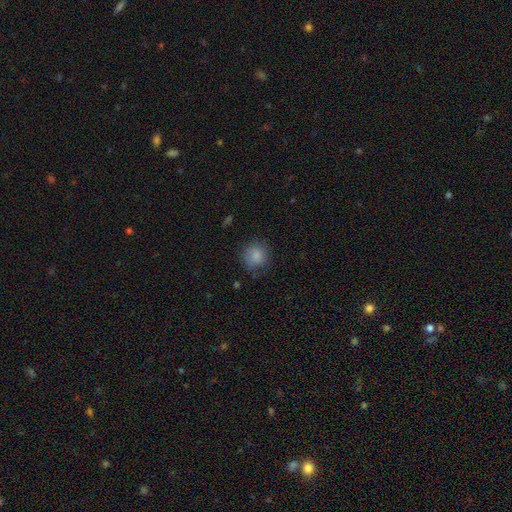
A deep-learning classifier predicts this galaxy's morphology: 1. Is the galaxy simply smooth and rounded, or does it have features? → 83% smooth, 9% star or artifact, 8% featured or disk.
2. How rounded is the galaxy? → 87% round, 12% in between, 1% cigar-shaped.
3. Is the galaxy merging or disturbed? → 73% none, 19% minor disturbance, 6% major disturbance, 1% merger.